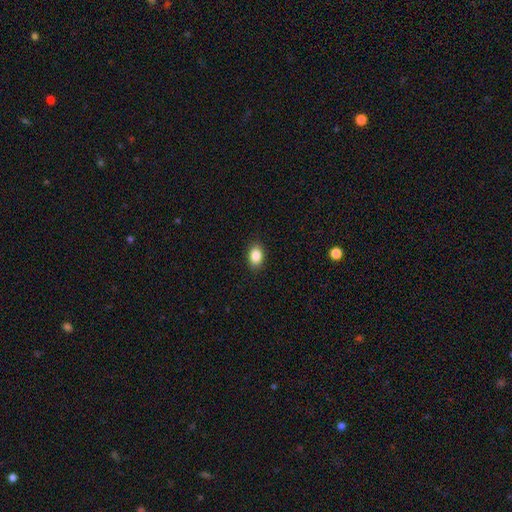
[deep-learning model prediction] smooth-or-featured: smooth: 86% | star or artifact: 9% | featured or disk: 6%
  how-rounded: in between: 80% | round: 19% | cigar-shaped: 1%
  merging: none: 89% | minor disturbance: 8% | major disturbance: 2% | merger: 1%